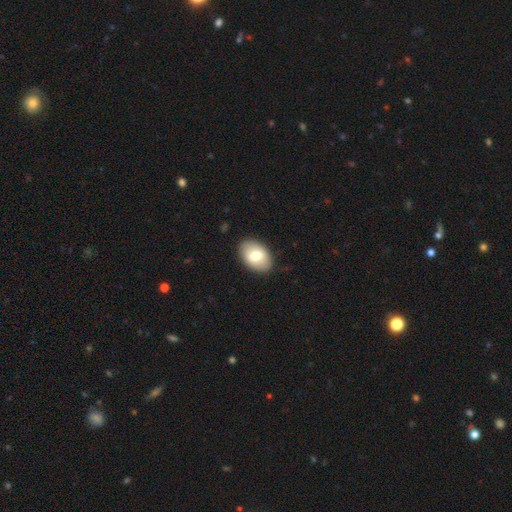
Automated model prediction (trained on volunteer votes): smooth-or-featured: smooth: 73% | featured or disk: 20% | star or artifact: 6%
  how-rounded: in between: 86% | round: 13% | cigar-shaped: 1%
  merging: none: 87% | minor disturbance: 10% | major disturbance: 2% | merger: 1%